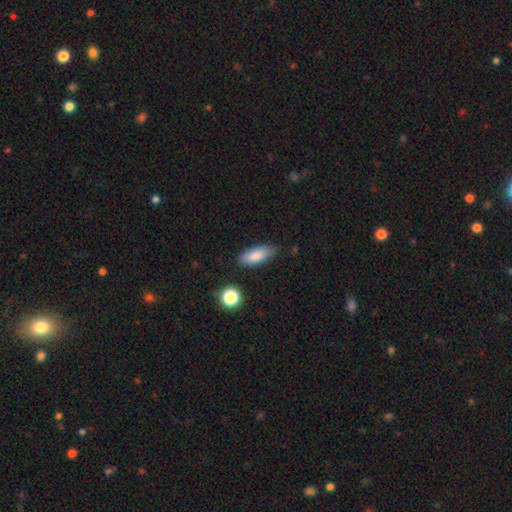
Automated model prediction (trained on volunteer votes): Smooth or featured? Predicted: smooth (p=0.83). How rounded? Predicted: in between (p=0.77). Merging? Predicted: none (p=0.78).